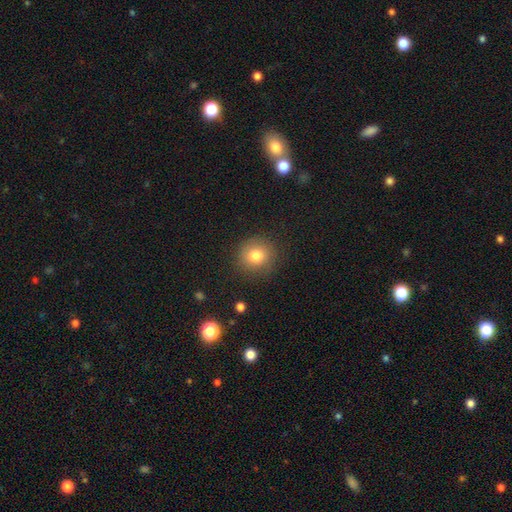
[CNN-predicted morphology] Overall: smooth (80%). How rounded: round (90%). Merging: none (87%).